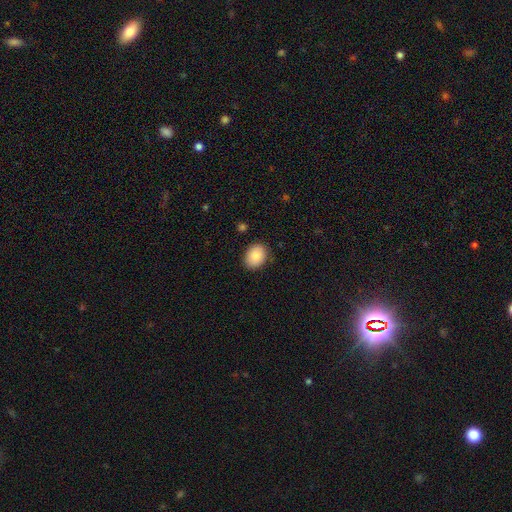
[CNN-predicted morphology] The model was most divided on "how rounded": in between: 65%, round: 34%, cigar-shaped: 1%. More confident: smooth or featured — smooth (87%); merging — none (85%).